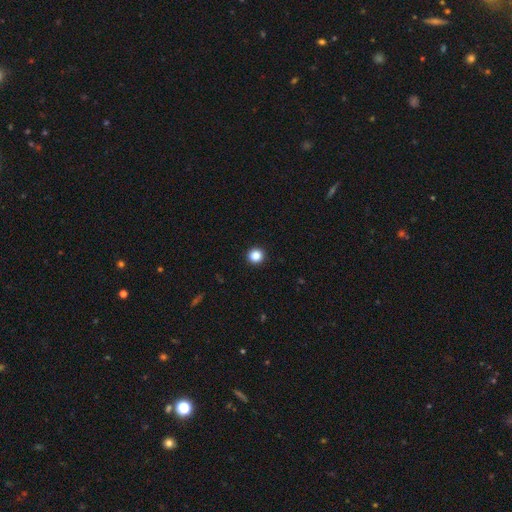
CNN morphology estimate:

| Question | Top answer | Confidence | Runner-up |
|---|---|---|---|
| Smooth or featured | smooth | 87% | star or artifact (11%) |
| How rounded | round | 95% | in between (4%) |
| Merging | none | 94% | minor disturbance (4%) |